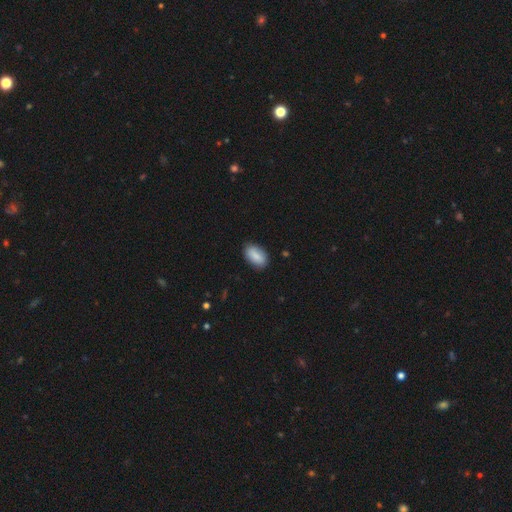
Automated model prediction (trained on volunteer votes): Morphology: type=smooth (86%); roundness=in between (93%); merging=none (84%).